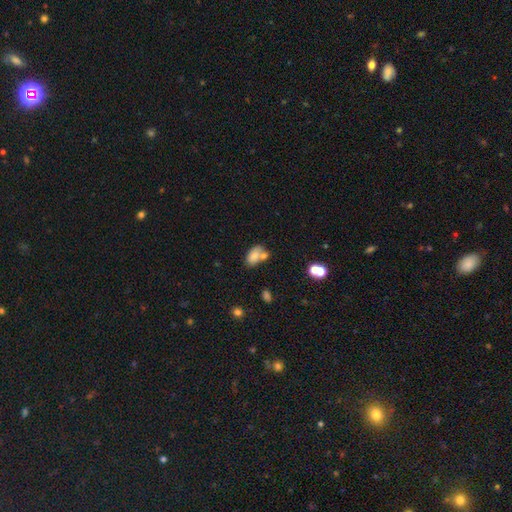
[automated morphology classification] Smooth or featured? Predicted: smooth (p=0.77). How rounded? Predicted: in between (p=0.89). Merging? Predicted: merger (p=0.41).